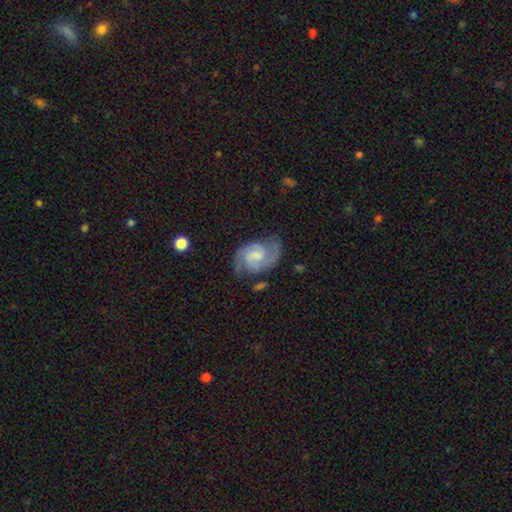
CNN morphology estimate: type=featured or disk (87%); edge-on=no (98%); bar=weak (54%); spiral arms=yes (98%); winding=medium (53%); arm count=2 (90%); bulge=small (37%); merging=none (74%).